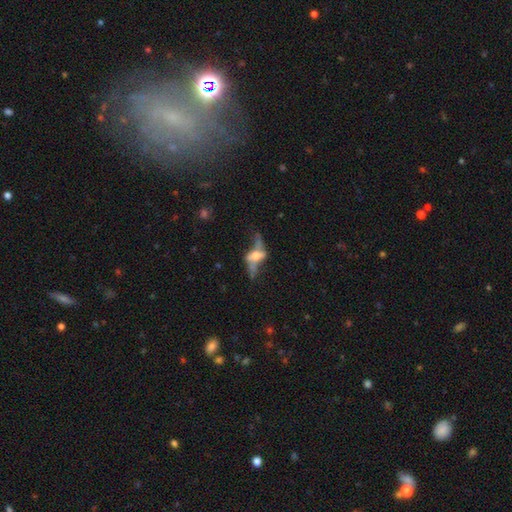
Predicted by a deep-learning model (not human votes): smooth-or-featured: featured or disk: 71% | smooth: 20% | star or artifact: 9%
  disk-edge-on: yes: 55% | no: 45%
  merging: none: 43% | major disturbance: 28% | minor disturbance: 19% | merger: 10%